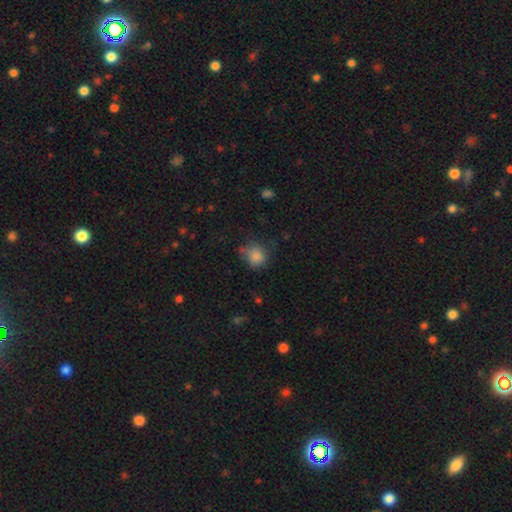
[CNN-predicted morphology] Overall: smooth (83%). How rounded: round (76%). Merging: none (60%; minor disturbance 27%).